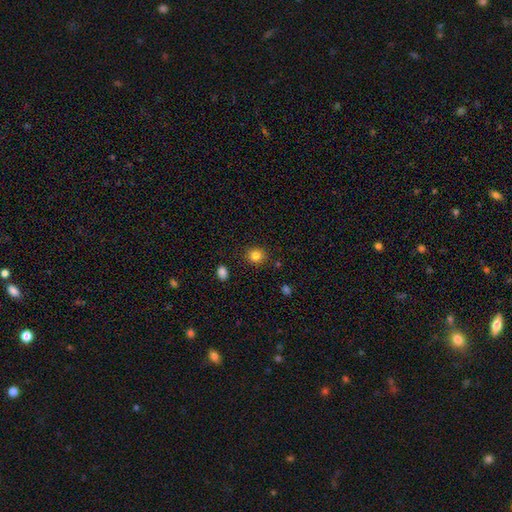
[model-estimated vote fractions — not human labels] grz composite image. It shows a smooth galaxy with no disk features (84%) that is round (83%). Merging: none (87%).